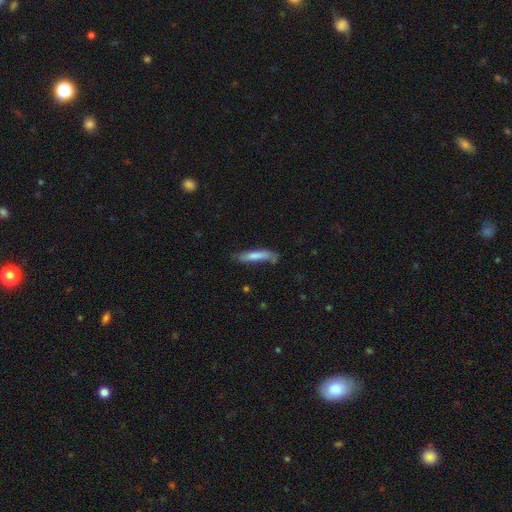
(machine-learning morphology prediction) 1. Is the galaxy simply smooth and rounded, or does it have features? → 73% smooth, 20% featured or disk, 6% star or artifact.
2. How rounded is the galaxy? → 87% cigar-shaped, 12% in between, 1% round.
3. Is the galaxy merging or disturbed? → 65% none, 25% minor disturbance, 7% major disturbance, 4% merger.